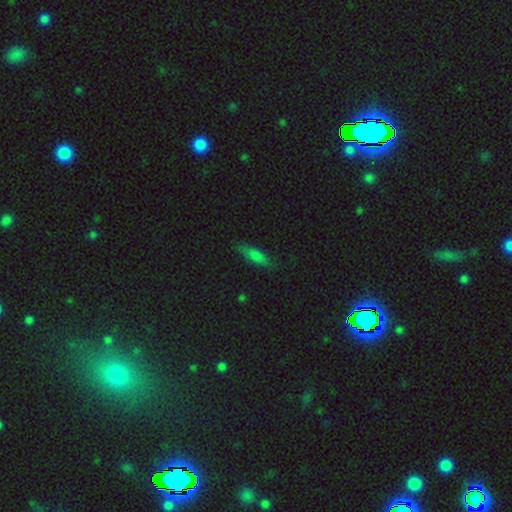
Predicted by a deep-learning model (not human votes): A smooth galaxy with no disk features (74%) that is in between round and cigar-shaped (49%). Merging: none (81%).